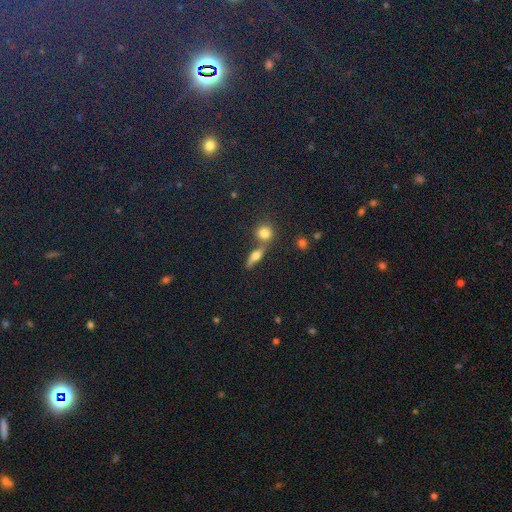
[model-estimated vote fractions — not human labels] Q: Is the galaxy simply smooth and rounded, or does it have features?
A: smooth — 49%.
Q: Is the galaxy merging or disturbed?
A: none — 63%.